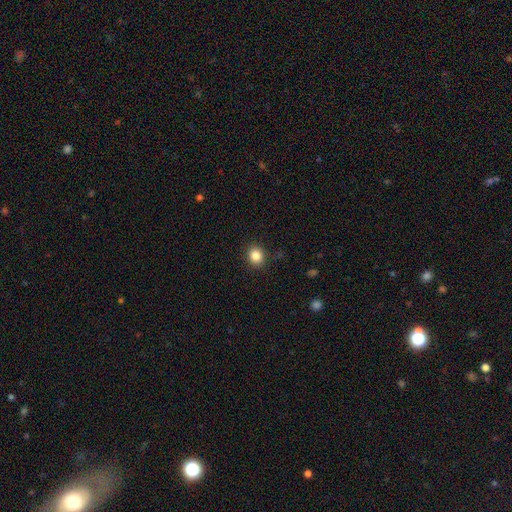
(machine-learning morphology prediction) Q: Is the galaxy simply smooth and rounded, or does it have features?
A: smooth — 85%.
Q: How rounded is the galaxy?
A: round — 75%.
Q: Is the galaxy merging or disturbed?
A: none — 89%.